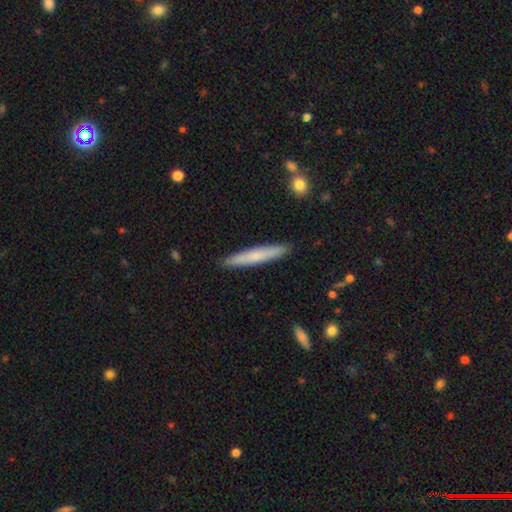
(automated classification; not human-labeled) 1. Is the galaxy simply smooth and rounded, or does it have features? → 66% smooth, 28% featured or disk, 6% star or artifact.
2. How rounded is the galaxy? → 95% cigar-shaped, 4% in between, 1% round.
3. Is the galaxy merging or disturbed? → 91% none, 7% minor disturbance, 1% major disturbance, 1% merger.